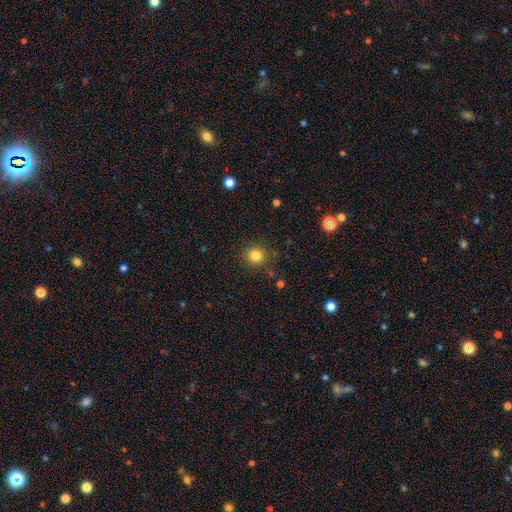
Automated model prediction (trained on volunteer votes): This is clearly a smooth galaxy (83%). How rounded: clearly round (91%). Merging: clearly none (87%).